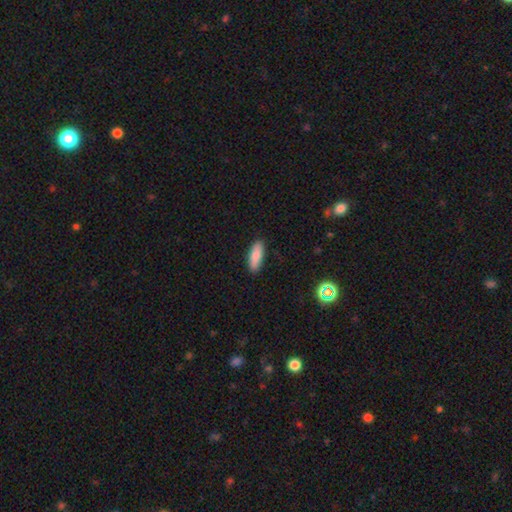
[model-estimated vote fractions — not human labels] Smooth or featured? smooth (84%)
How rounded? in between (63%)
Merging? none (88%)